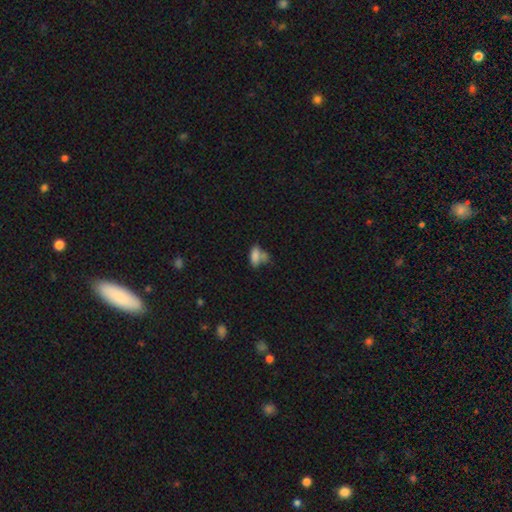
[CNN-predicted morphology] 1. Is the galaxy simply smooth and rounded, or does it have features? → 74% smooth, 15% featured or disk, 11% star or artifact.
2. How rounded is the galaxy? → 82% in between, 12% cigar-shaped, 6% round.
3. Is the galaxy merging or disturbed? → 37% merger, 32% none, 19% minor disturbance, 12% major disturbance.